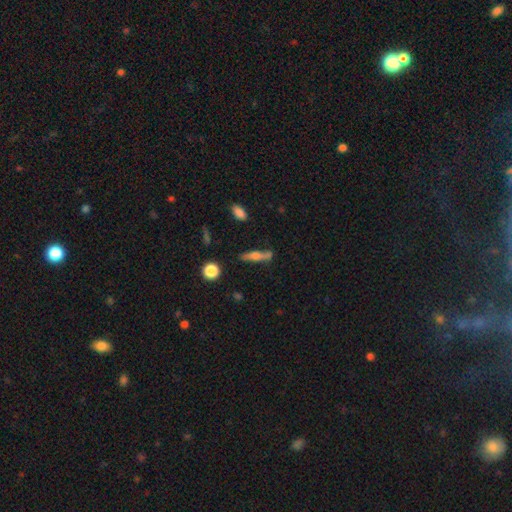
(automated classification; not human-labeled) Smooth or featured? Predicted: featured or disk (p=0.46). Merging? Predicted: none (p=0.69).